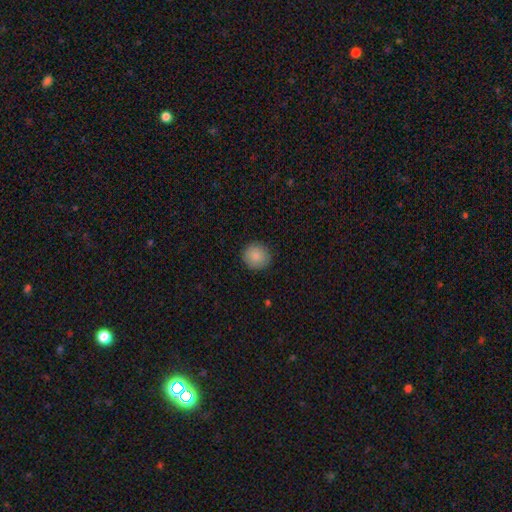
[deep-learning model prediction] Overall: smooth (87%). How rounded: round (92%). Merging: none (90%).